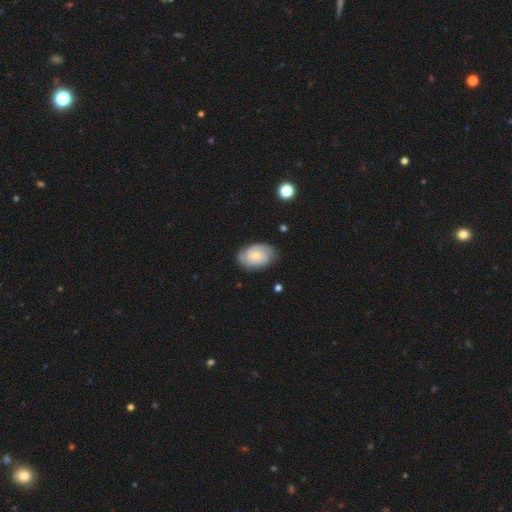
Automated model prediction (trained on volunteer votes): Overall: featured or disk (68%). Edge-on disk: no (97%). Bar: no (65%; weak 31%). Spiral arms: yes (92%). Spiral arm count: 2 (58%; can't tell 23%). Spiral winding: tight (60%; medium 32%). Bulge size: small (61%; moderate 33%). Merging: none (78%).